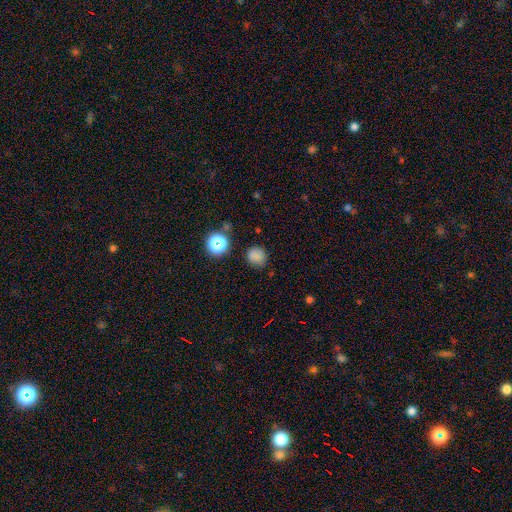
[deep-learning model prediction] This is likely a smooth galaxy (77%). How rounded: clearly round (85%). Merging: likely none (79%).